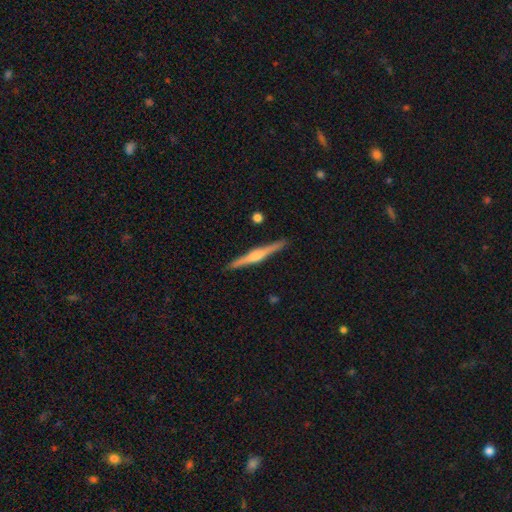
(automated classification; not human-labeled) smooth_or_featured: featured or disk (p=0.71) [alt: smooth p=0.23]
disk_edge_on: yes (p=0.98) [alt: no p=0.02]
edge_on_bulge: rounded (p=0.74) [alt: boxy p=0.16]
merging: none (p=0.91) [alt: minor disturbance p=0.06]